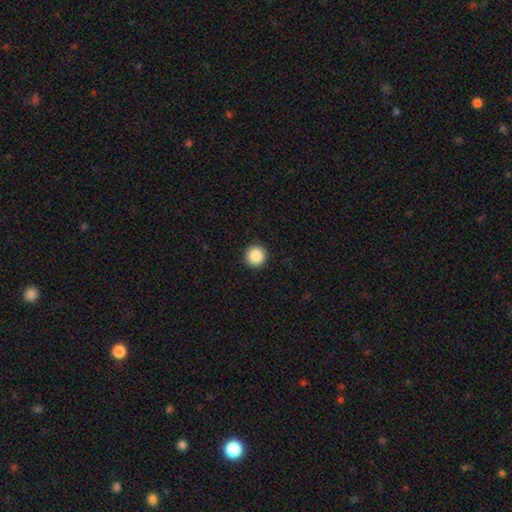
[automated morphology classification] Smooth or featured? Predicted: smooth (p=0.88). How rounded? Predicted: round (p=0.96). Merging? Predicted: none (p=0.93).